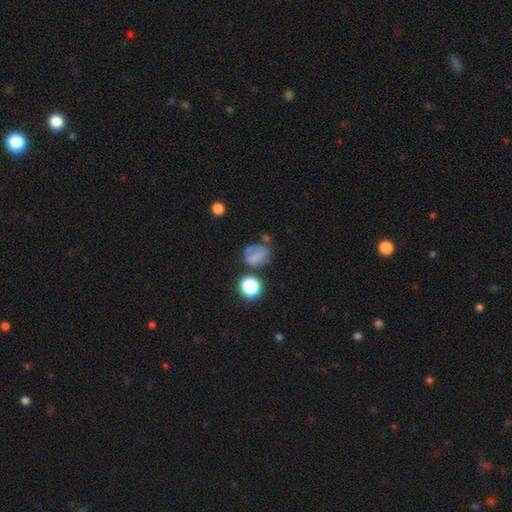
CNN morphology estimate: smooth 60%, featured or disk 22%, star or artifact 18%. Down the decision tree: how rounded — round (54%); merging — none (46%).